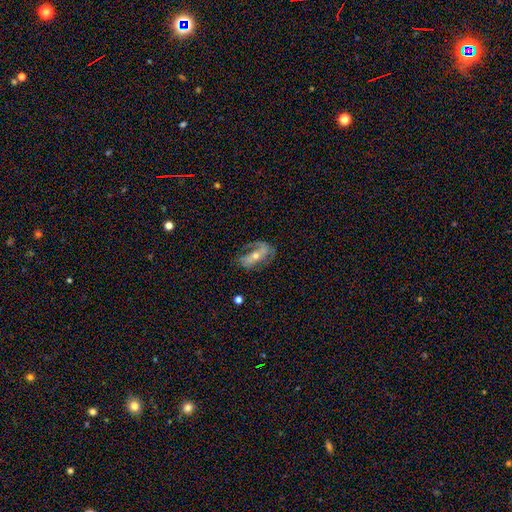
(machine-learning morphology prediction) Smooth or featured? Predicted: featured or disk (p=0.70). Edge-on disk? Predicted: no (p=0.92). Bar? Predicted: no (p=0.46). Spiral arms? Predicted: yes (p=0.77). Bulge size? Predicted: moderate (p=0.48, tied with small). Merging? Predicted: none (p=0.51).